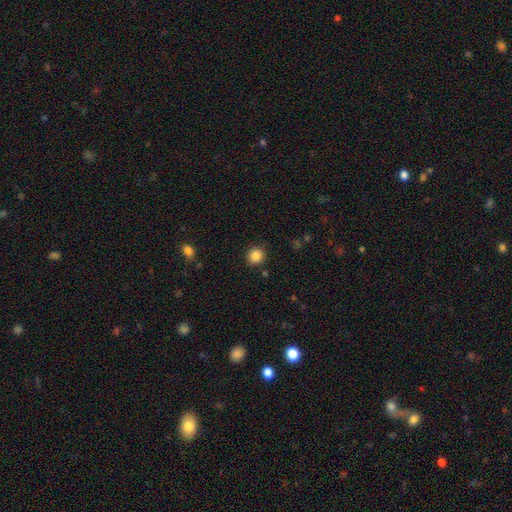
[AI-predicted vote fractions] This is clearly a smooth galaxy (85%). How rounded: clearly round (91%). Merging: clearly none (89%).